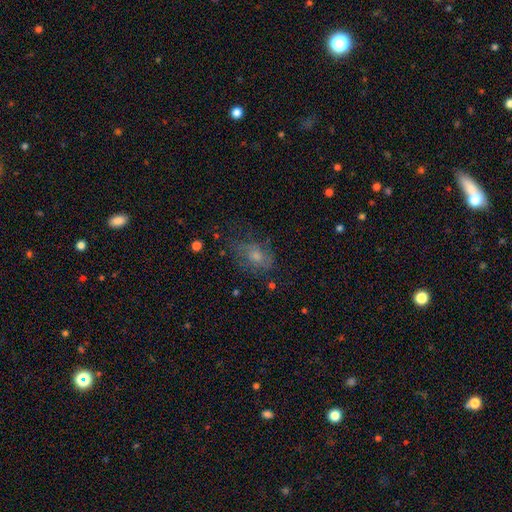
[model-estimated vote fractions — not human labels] Morphology: type=smooth (49%); merging=none (56%).